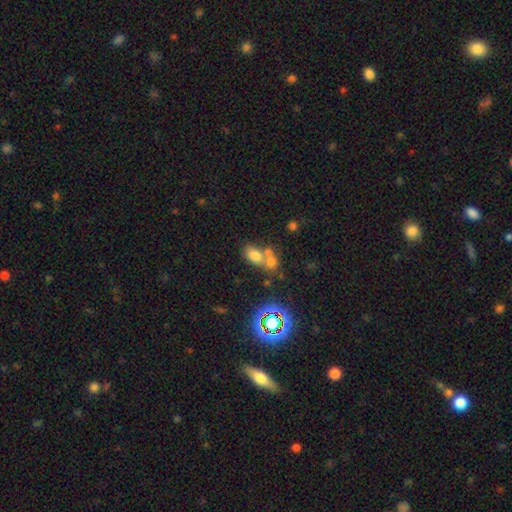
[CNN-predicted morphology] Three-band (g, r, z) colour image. It shows a smooth galaxy with no disk features (69%) that is in between round and cigar-shaped (77%). Merging: merger (53%).